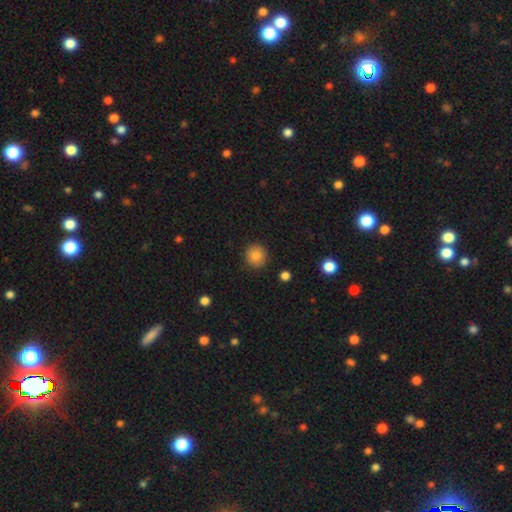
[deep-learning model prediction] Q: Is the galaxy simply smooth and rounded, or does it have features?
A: smooth — 83%.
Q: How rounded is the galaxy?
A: round — 90%.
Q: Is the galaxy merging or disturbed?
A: none — 90%.